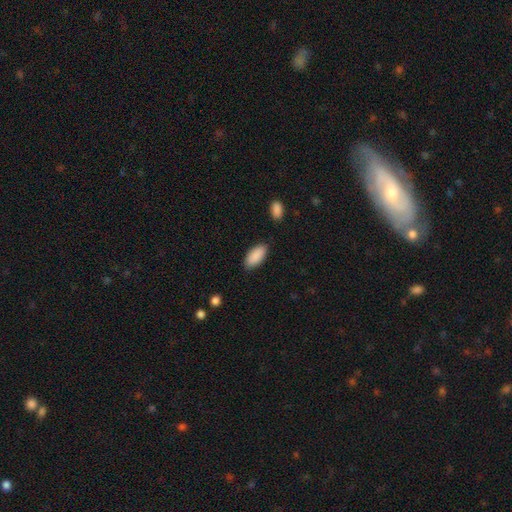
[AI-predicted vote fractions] A smooth galaxy with no disk features (91%) that is in between round and cigar-shaped (91%).

Vote fractions:
- Smooth or featured? smooth: 91% / star or artifact: 6% / featured or disk: 4%
- How rounded? in between: 91% / cigar-shaped: 7% / round: 2%
- Merging? none: 84% / minor disturbance: 11% / major disturbance: 3% / merger: 2%